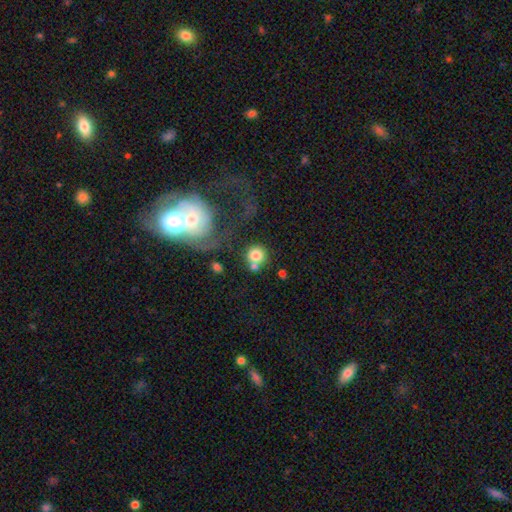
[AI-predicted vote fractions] smooth-or-featured: smooth: 78% | featured or disk: 13% | star or artifact: 9%
  how-rounded: round: 91% | in between: 8% | cigar-shaped: 1%
  merging: none: 54% | merger: 27% | minor disturbance: 11% | major disturbance: 8%